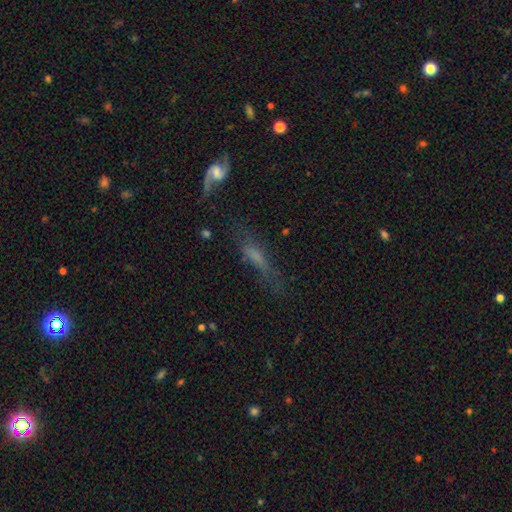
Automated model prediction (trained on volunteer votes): This is possibly a featured or disk galaxy (48%). Merging: possibly none (49%).